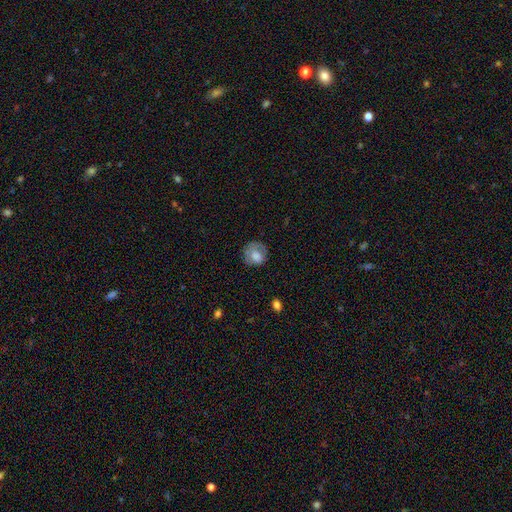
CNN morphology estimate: Smooth or featured? smooth (68%)
How rounded? round (78%)
Merging? none (62%)